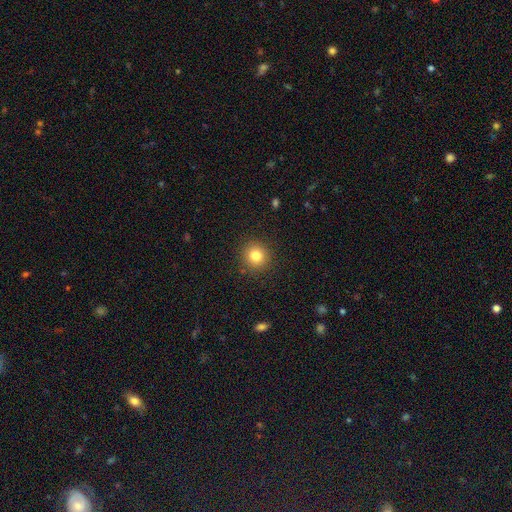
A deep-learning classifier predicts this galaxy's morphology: Smooth or featured? Predicted: smooth (p=0.80). How rounded? Predicted: round (p=0.92). Merging? Predicted: none (p=0.90).